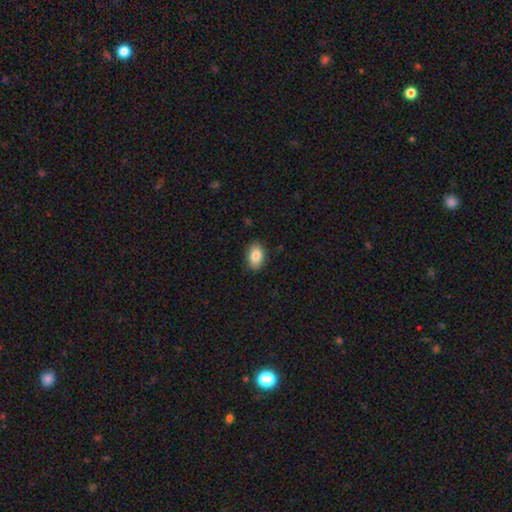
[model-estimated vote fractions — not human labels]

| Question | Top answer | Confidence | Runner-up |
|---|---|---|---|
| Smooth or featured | smooth | 84% | featured or disk (8%) |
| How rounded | in between | 86% | round (13%) |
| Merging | none | 87% | minor disturbance (10%) |